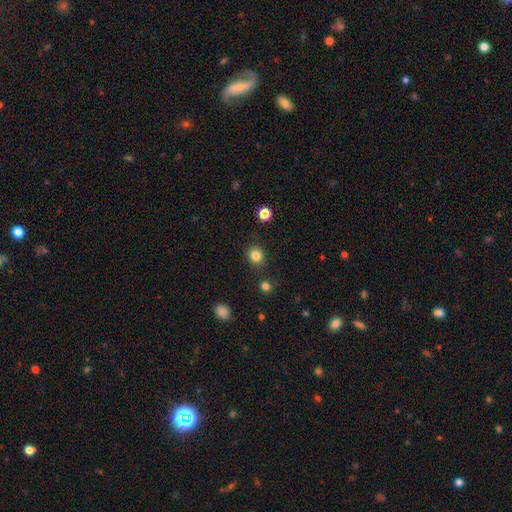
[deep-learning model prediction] smooth-or-featured: smooth: 84% | star or artifact: 12% | featured or disk: 5%
  how-rounded: round: 76% | in between: 24% | cigar-shaped: 1%
  merging: none: 86% | minor disturbance: 9% | major disturbance: 3% | merger: 3%